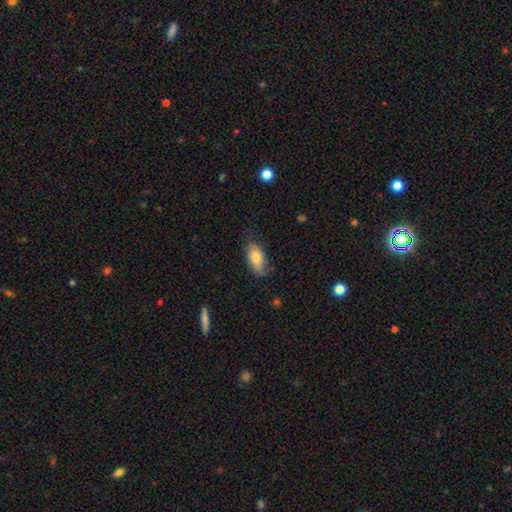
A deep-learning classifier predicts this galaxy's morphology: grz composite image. It shows a smooth galaxy with no disk features (75%) that is in between round and cigar-shaped (89%). Merging: none (62%).